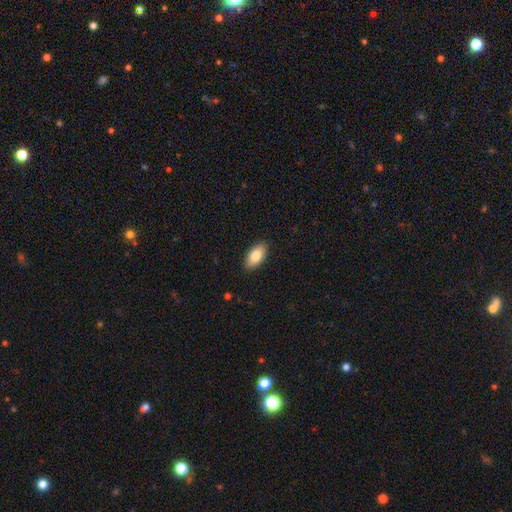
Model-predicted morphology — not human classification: smooth_or_featured: smooth (p=0.81) [alt: featured or disk p=0.12]
how_rounded: in between (p=0.93) [alt: cigar-shaped p=0.04]
merging: none (p=0.89) [alt: minor disturbance p=0.08]